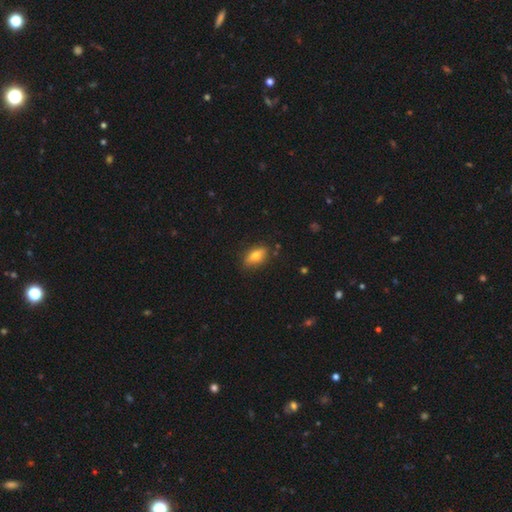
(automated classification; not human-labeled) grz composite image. It shows a smooth galaxy with no disk features (70%) that is in between round and cigar-shaped (81%). Merging: none (82%).